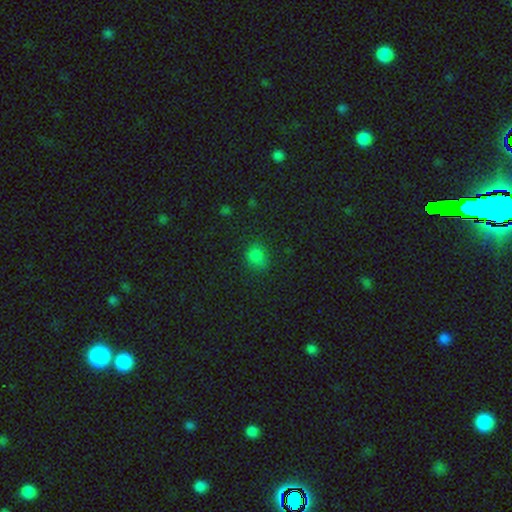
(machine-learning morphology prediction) A smooth galaxy with no disk features (77%) that is round (59%). Merging: none (74%).